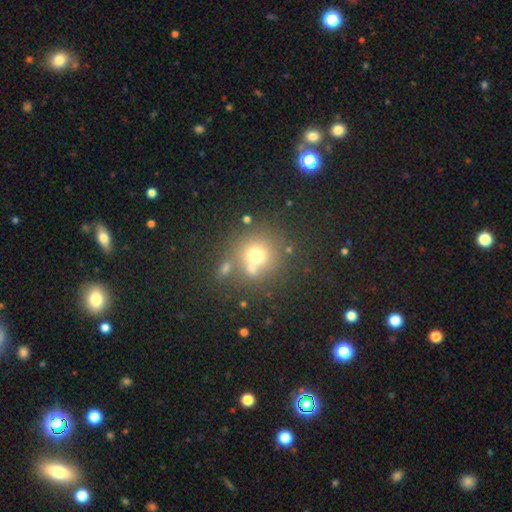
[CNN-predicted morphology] smooth 67%, star or artifact 17%, featured or disk 16%. Down the decision tree: how rounded — round (88%); merging — none (59%).